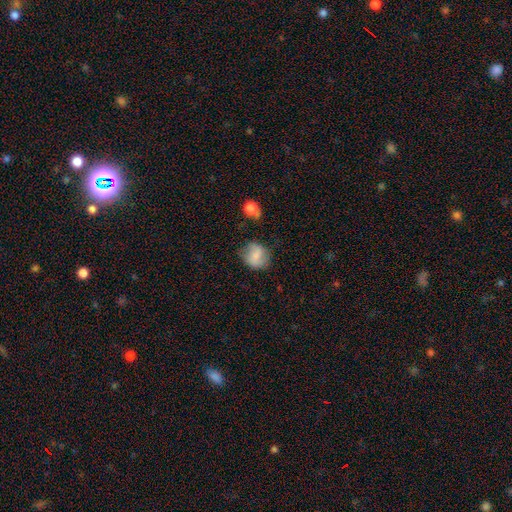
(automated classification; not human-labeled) The model was most divided on "how rounded": round: 72%, in between: 27%, cigar-shaped: 1%. More confident: smooth or featured — smooth (70%); merging — none (68%).